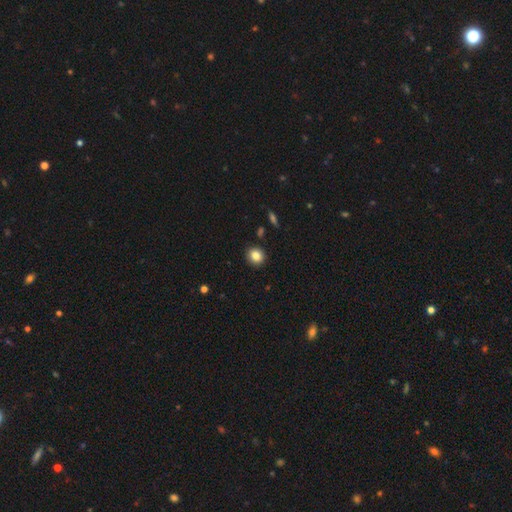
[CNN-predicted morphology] Smooth or featured? smooth (84%)
How rounded? round (85%)
Merging? none (91%)